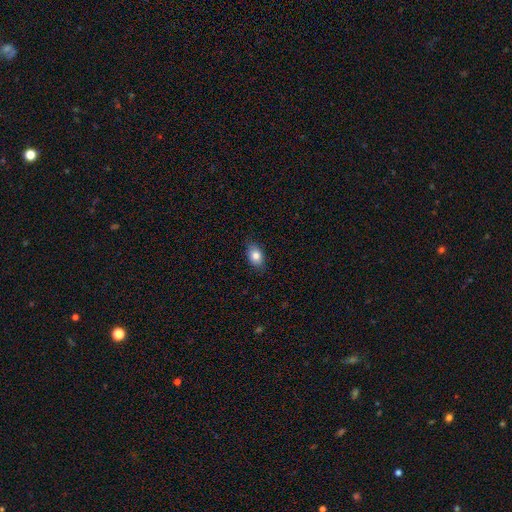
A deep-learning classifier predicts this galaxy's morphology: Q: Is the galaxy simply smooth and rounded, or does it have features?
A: smooth — 81%.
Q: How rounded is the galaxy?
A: in between — 84%.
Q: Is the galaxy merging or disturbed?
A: none — 86%.